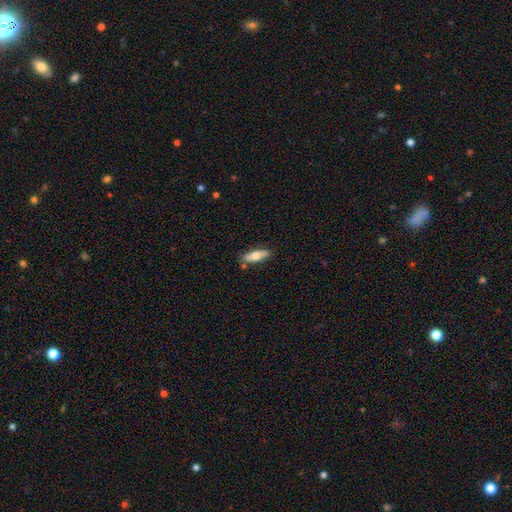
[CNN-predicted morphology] Smooth or featured? Predicted: smooth (p=0.62). How rounded? Predicted: in between (p=0.54). Merging? Predicted: none (p=0.76).